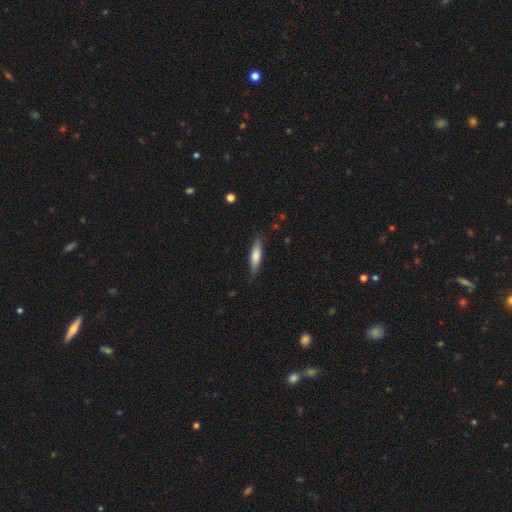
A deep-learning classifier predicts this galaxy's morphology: type=smooth (67%); roundness=cigar-shaped (68%); merging=none (84%).